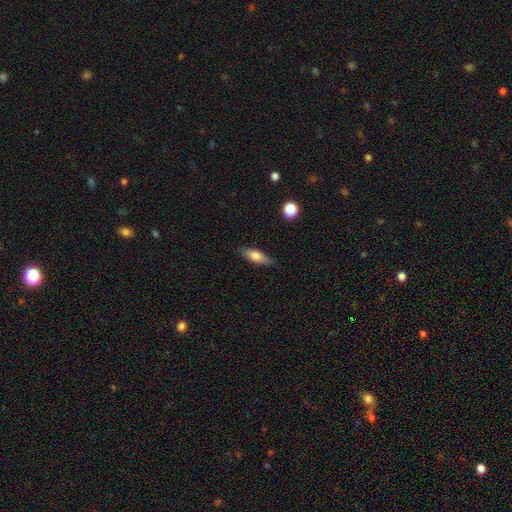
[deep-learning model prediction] A smooth galaxy with no disk features (66%) that is in between round and cigar-shaped (60%). Merging: none (84%).